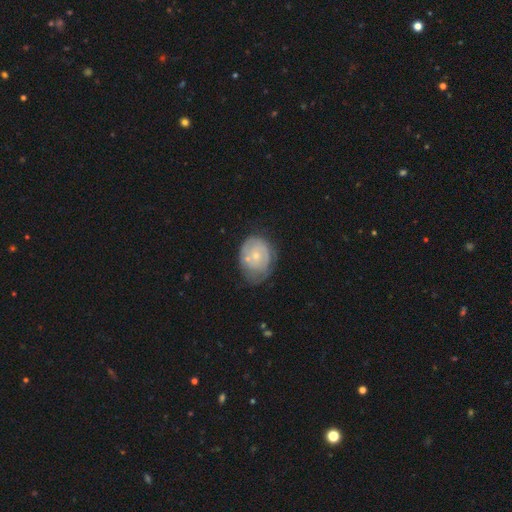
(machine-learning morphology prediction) A featured or disk galaxy (61%) with no bar (83%), spiral arms (65%) and a small central bulge (68%). Merging: none (50%).